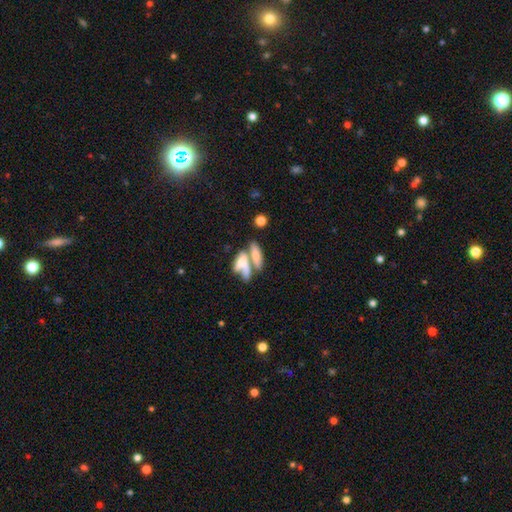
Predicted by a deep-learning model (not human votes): Overall: smooth (64%; featured or disk 28%). How rounded: in between (54%; cigar-shaped 41%). Merging: merger (55%; none 30%).